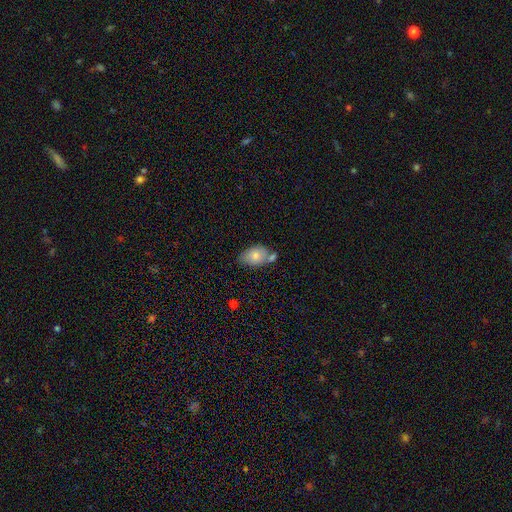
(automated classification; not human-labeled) A smooth galaxy with no disk features (75%) that is in between round and cigar-shaped (86%). Merging: none (49%).